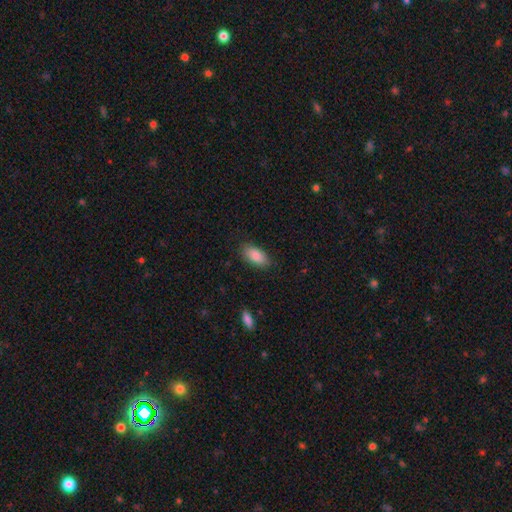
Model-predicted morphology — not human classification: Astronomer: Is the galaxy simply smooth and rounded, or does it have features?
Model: smooth — 87%.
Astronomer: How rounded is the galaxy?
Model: in between — 92%.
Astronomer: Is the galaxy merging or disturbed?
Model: none — 84%.